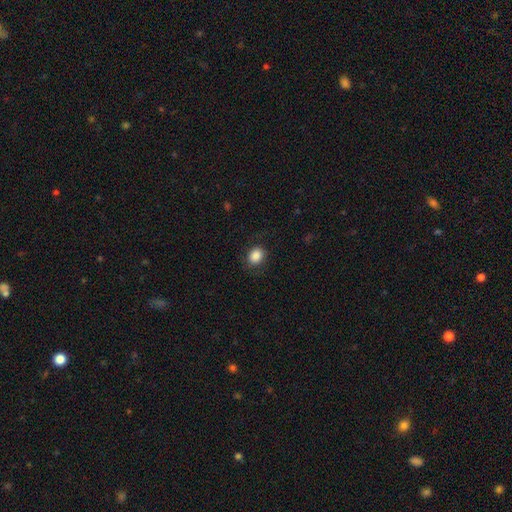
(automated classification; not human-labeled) smooth_or_featured: smooth (p=0.87) [alt: star or artifact p=0.08]
how_rounded: round (p=0.51) [alt: in between p=0.48]
merging: none (p=0.81) [alt: minor disturbance p=0.13]